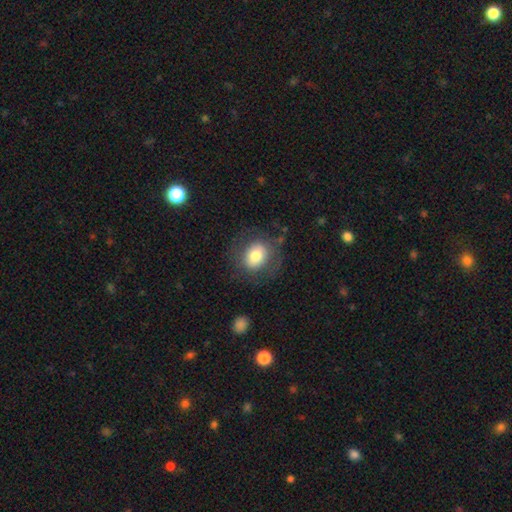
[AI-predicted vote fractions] Q: Smooth or featured?
A: smooth (73%); runner-up: featured or disk (19%)
Q: How rounded?
A: round (63%); runner-up: in between (36%)
Q: Merging?
A: none (75%); runner-up: minor disturbance (14%)